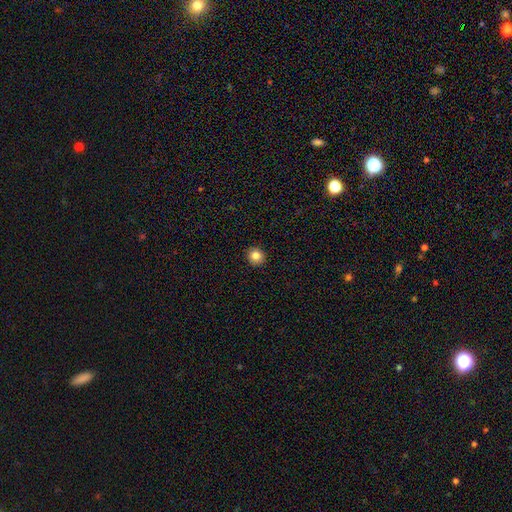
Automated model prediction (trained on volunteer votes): Overall: smooth (83%). How rounded: round (92%). Merging: none (93%).